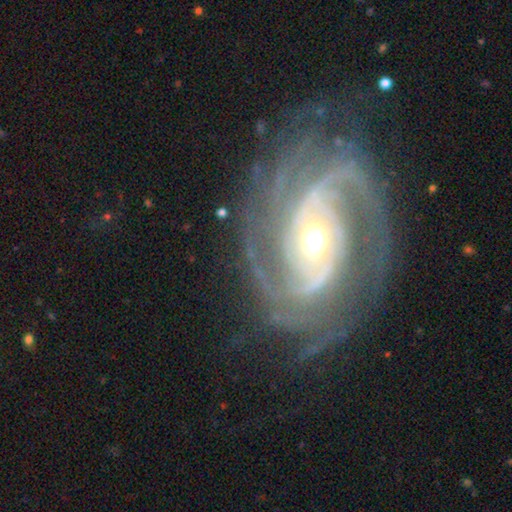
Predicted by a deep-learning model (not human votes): The model was most divided on "spiral arm count": 2: 29%, 3: 24%, can't tell: 16%, 4: 13%, more than 4: 9%, 1: 8%. More confident: spiral arms — yes (98%); edge-on disk — no (97%); smooth or featured — featured or disk (92%); merging — none (75%); bulge size — moderate (69%); spiral winding — tight (58%); bar — no (53%).